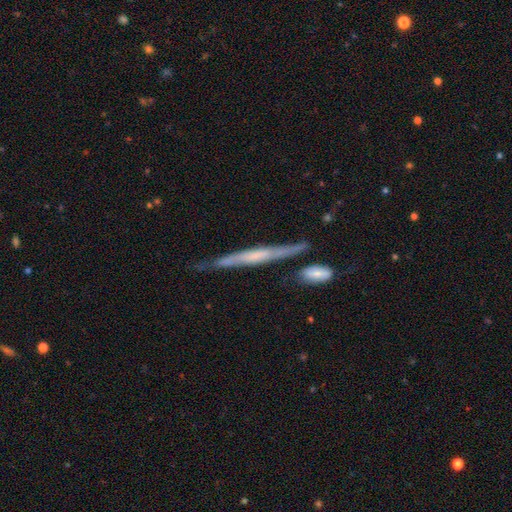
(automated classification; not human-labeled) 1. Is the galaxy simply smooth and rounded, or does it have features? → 69% featured or disk, 24% smooth, 7% star or artifact.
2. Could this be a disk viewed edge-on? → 92% yes, 8% no.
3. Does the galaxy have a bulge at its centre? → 48% none, 26% rounded, 25% boxy.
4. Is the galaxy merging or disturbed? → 69% none, 17% minor disturbance, 9% merger, 5% major disturbance.